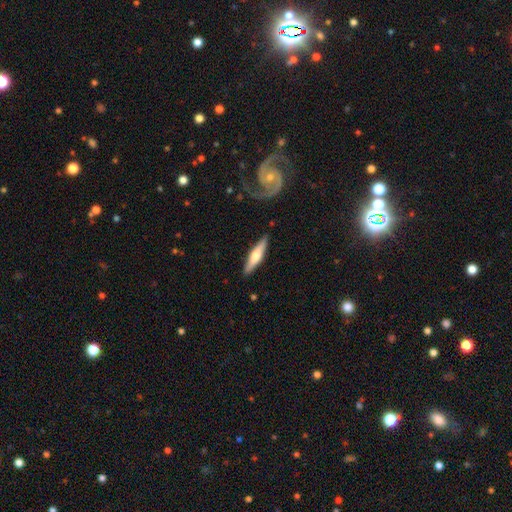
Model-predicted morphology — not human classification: smooth_or_featured: smooth (p=0.48) [alt: featured or disk p=0.47]
merging: none (p=0.87) [alt: minor disturbance p=0.09]